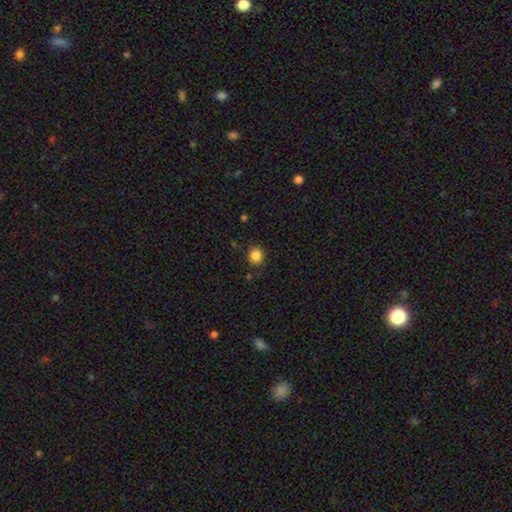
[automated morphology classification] smooth_or_featured: smooth (p=0.86) [alt: star or artifact p=0.11]
how_rounded: round (p=0.86) [alt: in between p=0.13]
merging: none (p=0.80) [alt: minor disturbance p=0.14]